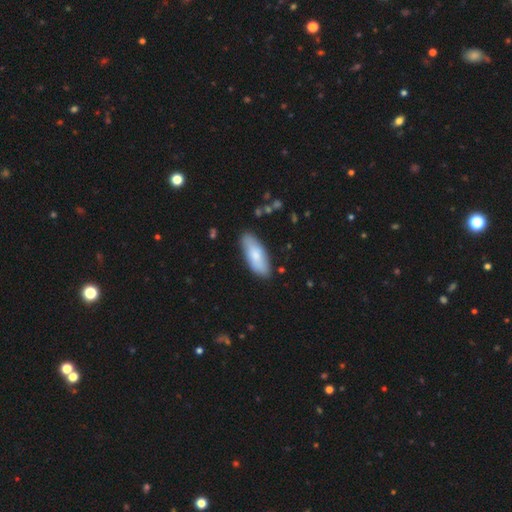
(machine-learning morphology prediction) Smooth or featured: smooth — 76% (featured or disk — 19%)
How rounded: in between — 74% (cigar-shaped — 25%)
Merging: none — 83% (minor disturbance — 13%)